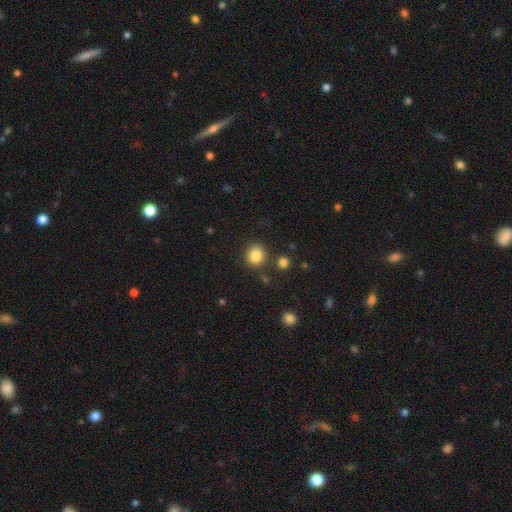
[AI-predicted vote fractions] smooth 85%, star or artifact 10%, featured or disk 5%. Down the decision tree: how rounded — round (85%); merging — none (83%).